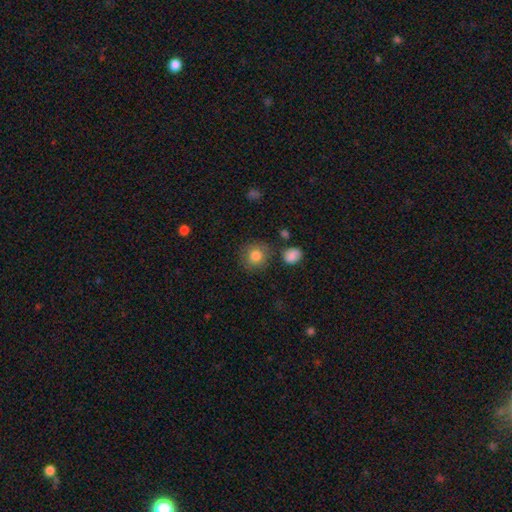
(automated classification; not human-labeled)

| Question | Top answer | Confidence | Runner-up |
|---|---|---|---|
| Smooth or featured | smooth | 83% | star or artifact (9%) |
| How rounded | round | 89% | in between (10%) |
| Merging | none | 81% | minor disturbance (11%) |